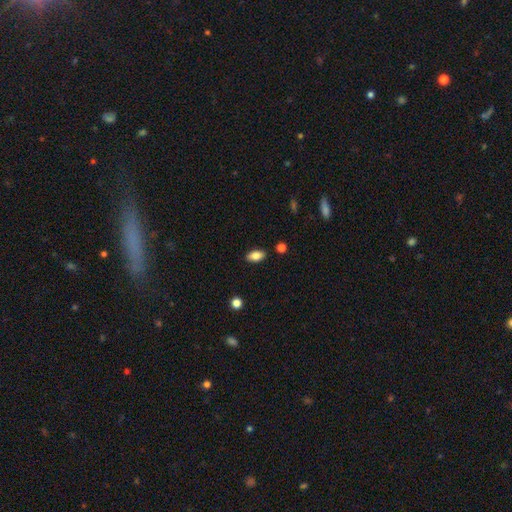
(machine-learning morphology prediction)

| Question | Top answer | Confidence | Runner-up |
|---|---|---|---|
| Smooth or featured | smooth | 84% | featured or disk (9%) |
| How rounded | in between | 91% | round (5%) |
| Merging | none | 88% | minor disturbance (9%) |